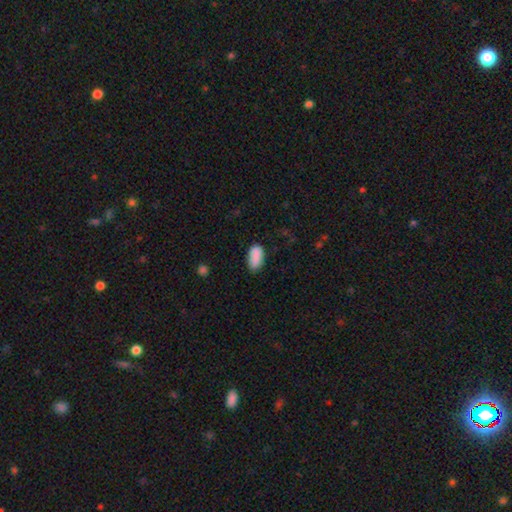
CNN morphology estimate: Smooth or featured?
  - smooth: 87% *
  - star or artifact: 8%
  - featured or disk: 5%
How rounded?
  - in between: 92% *
  - cigar-shaped: 4%
  - round: 3%
Merging?
  - none: 71% *
  - minor disturbance: 22%
  - major disturbance: 4%
  - merger: 3%